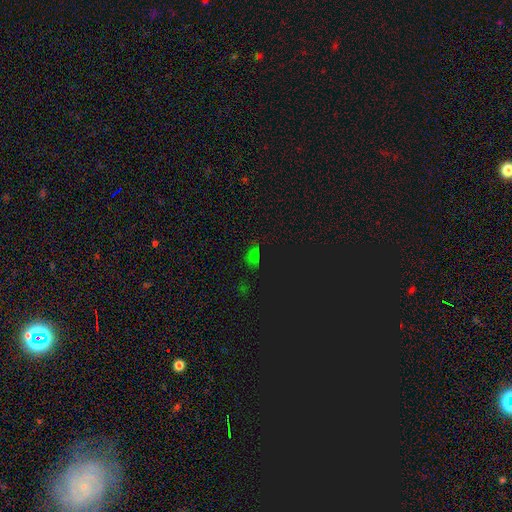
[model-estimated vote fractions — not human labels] A star or artifact, not a galaxy (55%).

Vote fractions:
- Smooth or featured? star or artifact: 55% / smooth: 38% / featured or disk: 7%